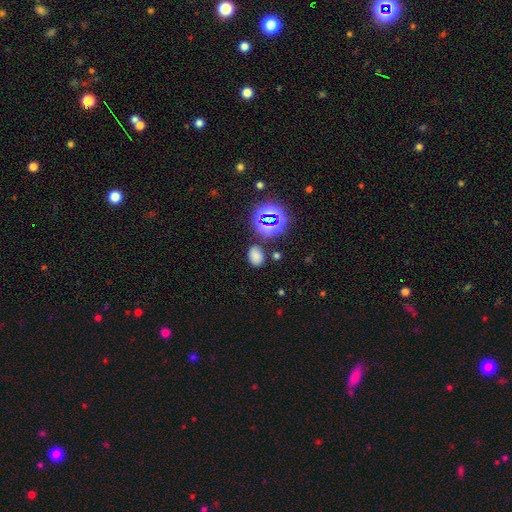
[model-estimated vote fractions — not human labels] Smooth or featured: smooth — 68% (star or artifact — 25%)
How rounded: in between — 76% (round — 23%)
Merging: none — 76% (minor disturbance — 14%)